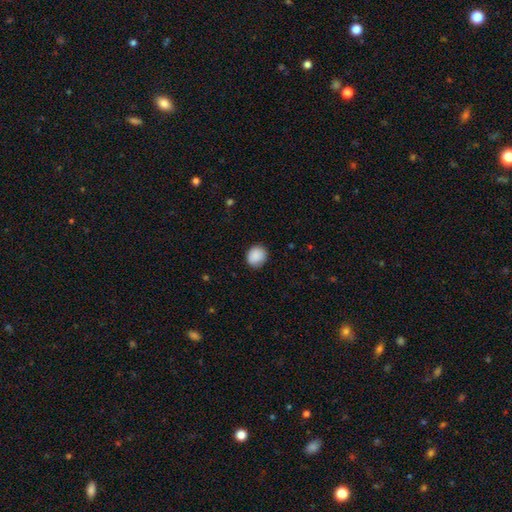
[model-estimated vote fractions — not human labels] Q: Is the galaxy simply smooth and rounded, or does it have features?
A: smooth — 89%.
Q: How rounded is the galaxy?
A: round — 76%.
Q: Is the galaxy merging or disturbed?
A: none — 86%.